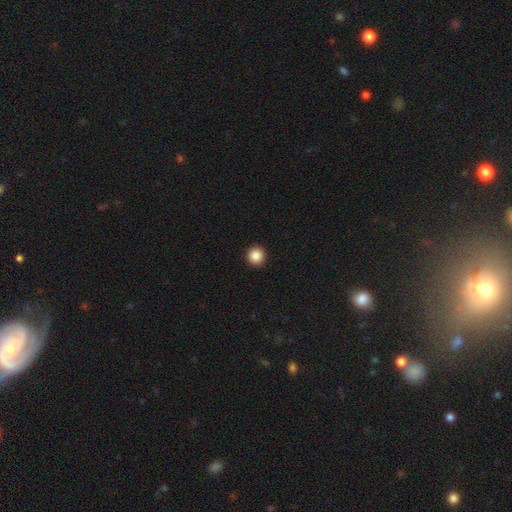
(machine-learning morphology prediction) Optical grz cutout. It shows a smooth galaxy with no disk features (88%) that is round (95%). Merging: none (94%).